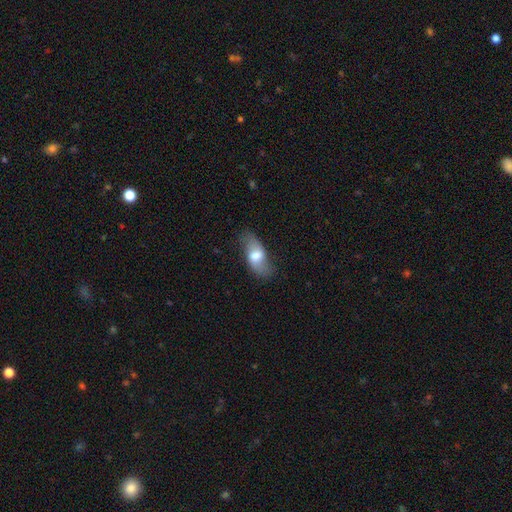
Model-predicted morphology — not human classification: A smooth galaxy with no disk features (52%) that is in between round and cigar-shaped (84%). Merging: none (73%).